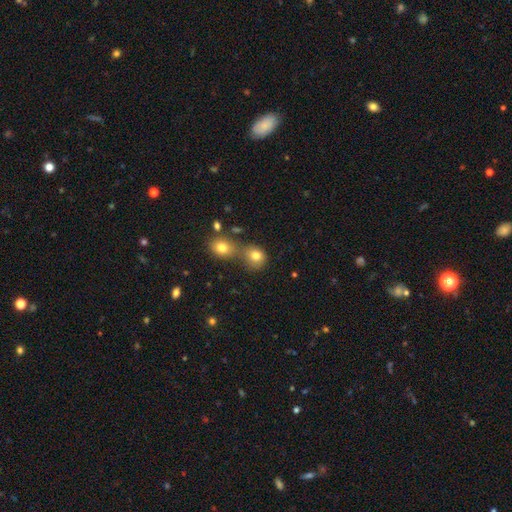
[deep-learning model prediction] smooth-or-featured: smooth: 79% | star or artifact: 12% | featured or disk: 9%
  how-rounded: round: 77% | in between: 22% | cigar-shaped: 1%
  merging: none: 44% | merger: 41% | minor disturbance: 10% | major disturbance: 4%